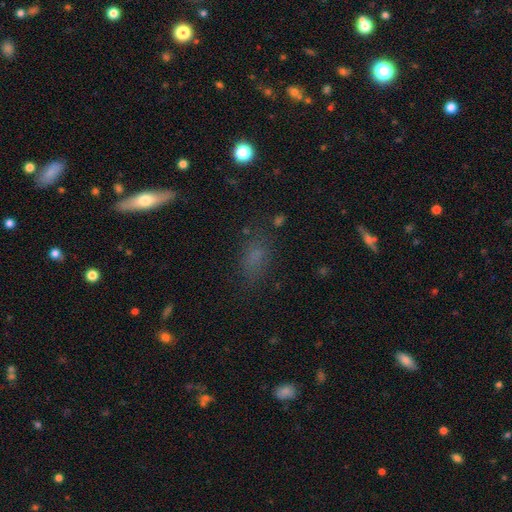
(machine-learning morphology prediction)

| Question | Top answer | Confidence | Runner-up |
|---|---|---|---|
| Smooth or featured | smooth | 67% | star or artifact (20%) |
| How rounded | in between | 78% | cigar-shaped (11%) |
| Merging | none | 69% | minor disturbance (18%) |